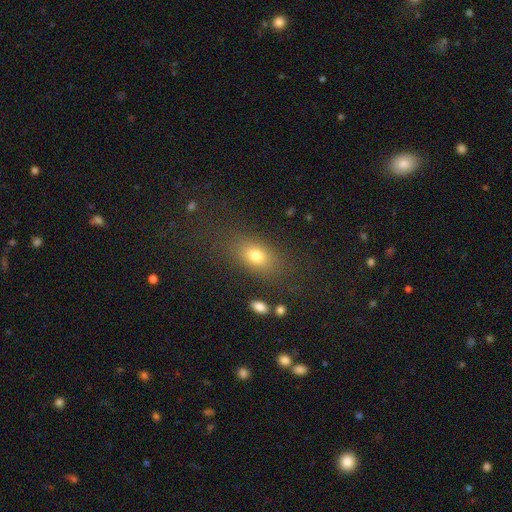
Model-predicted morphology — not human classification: Smooth or featured? Predicted: smooth (p=0.75). How rounded? Predicted: in between (p=0.75). Merging? Predicted: none (p=0.77).